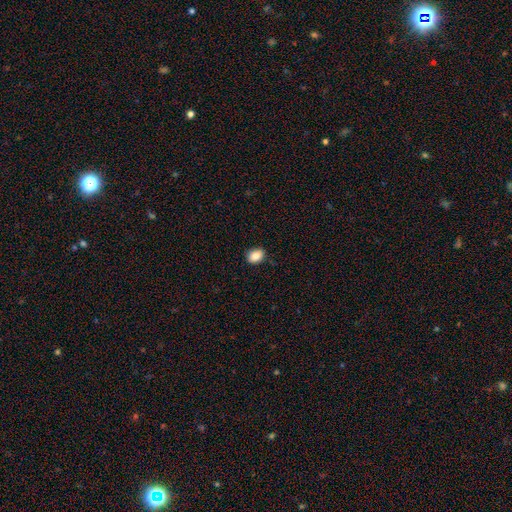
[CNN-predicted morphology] Overall: smooth (86%). How rounded: in between (67%; round 32%). Merging: none (88%).